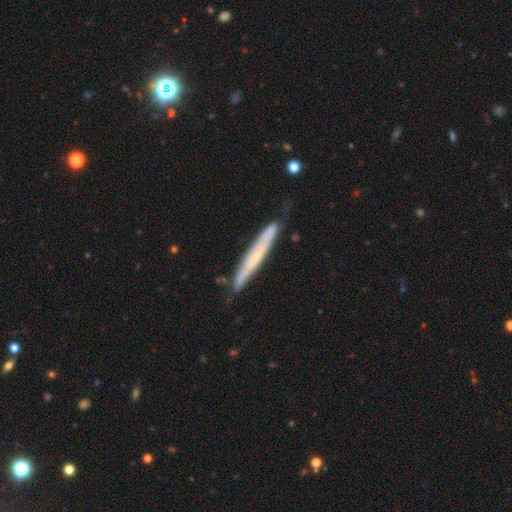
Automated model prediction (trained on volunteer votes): Morphology: type=featured or disk (50%); edge-on=yes (86%); merging=none (77%).